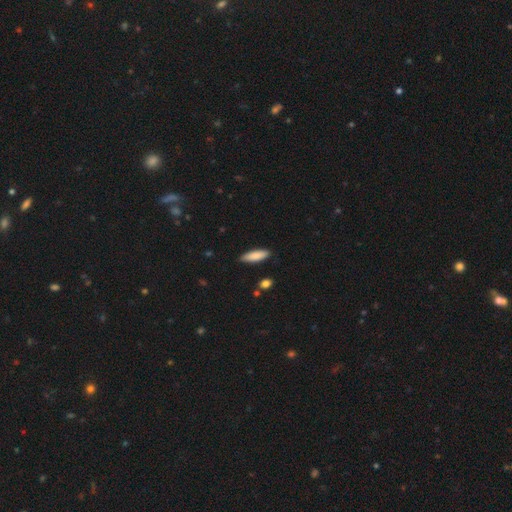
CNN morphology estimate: smooth_or_featured: smooth (p=0.86) [alt: featured or disk p=0.09]
how_rounded: cigar-shaped (p=0.54) [alt: in between p=0.45]
merging: none (p=0.88) [alt: minor disturbance p=0.09]